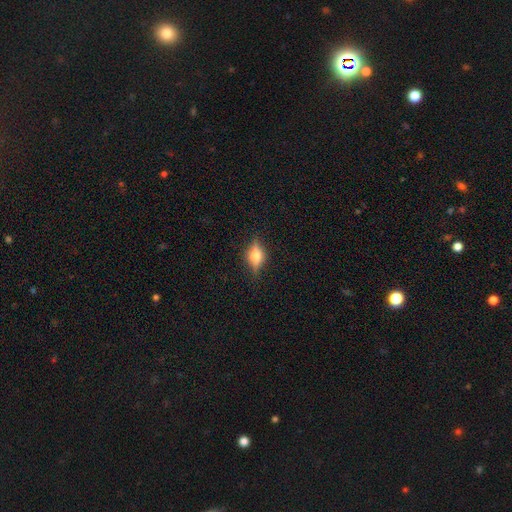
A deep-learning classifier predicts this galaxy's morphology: Smooth or featured? featured or disk (57%)
Edge-on disk? yes (92%)
Edge-on bulge? rounded (92%)
Merging? none (82%)